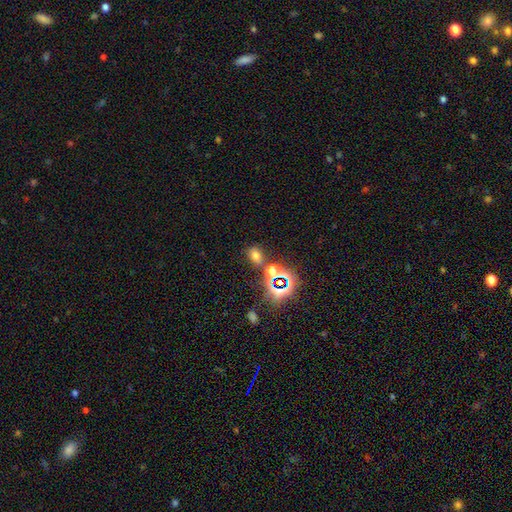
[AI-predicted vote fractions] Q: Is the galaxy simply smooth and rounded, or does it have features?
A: smooth — 57%.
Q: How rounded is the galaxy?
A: in between — 62%.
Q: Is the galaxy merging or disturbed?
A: none — 73%.